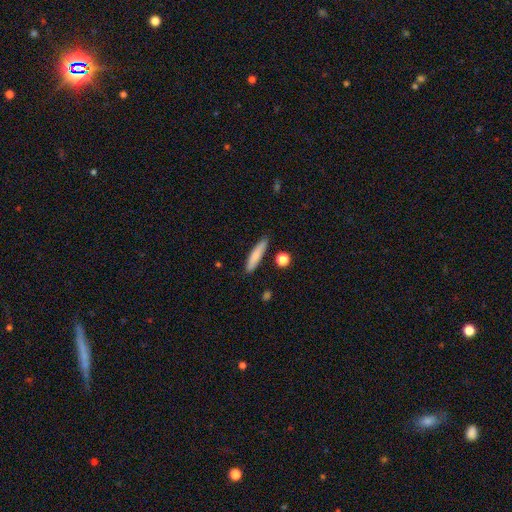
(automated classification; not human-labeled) A smooth galaxy with no disk features (80%) that is cigar-shaped (84%).

Vote fractions:
- Smooth or featured? smooth: 80% / featured or disk: 13% / star or artifact: 6%
- How rounded? cigar-shaped: 84% / in between: 15% / round: 2%
- Merging? none: 83% / minor disturbance: 12% / merger: 3% / major disturbance: 2%